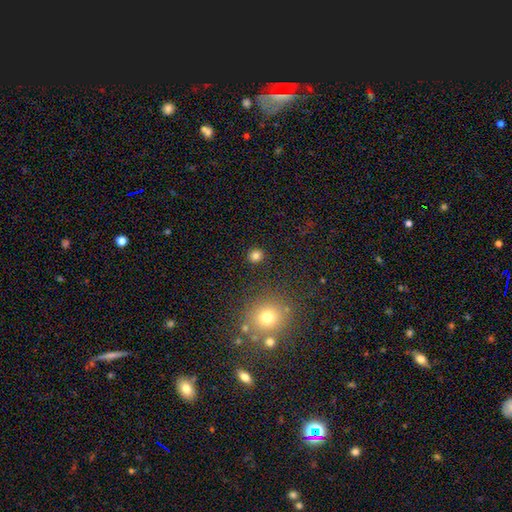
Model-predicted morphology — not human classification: Smooth or featured? smooth (80%)
How rounded? round (85%)
Merging? none (88%)